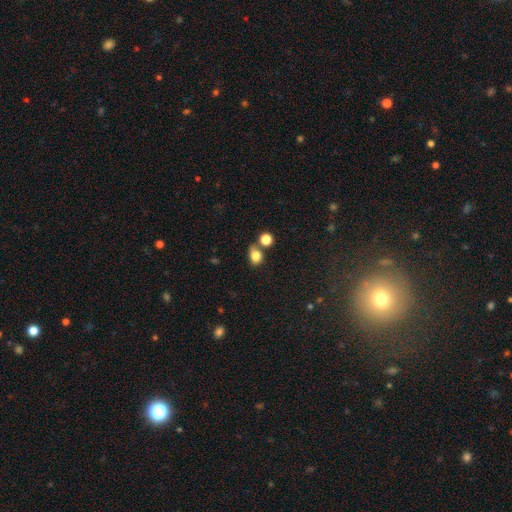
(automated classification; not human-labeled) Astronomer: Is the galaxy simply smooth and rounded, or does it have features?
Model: smooth — 80%.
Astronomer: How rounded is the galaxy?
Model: round — 53% (runner-up: in between, 45%).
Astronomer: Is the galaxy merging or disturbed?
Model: none — 48% (runner-up: merger, 27%).